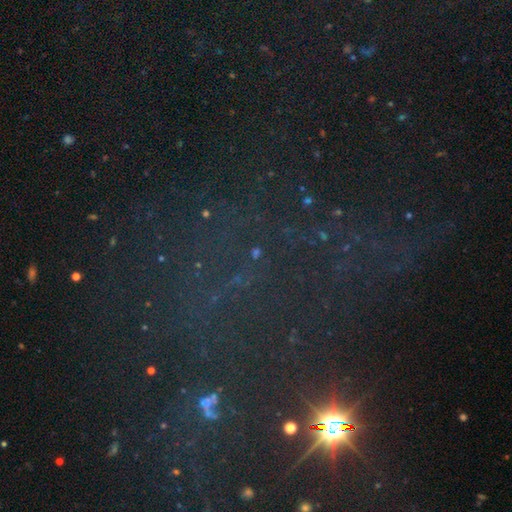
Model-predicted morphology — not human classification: Smooth or featured? Predicted: star or artifact (p=0.76).